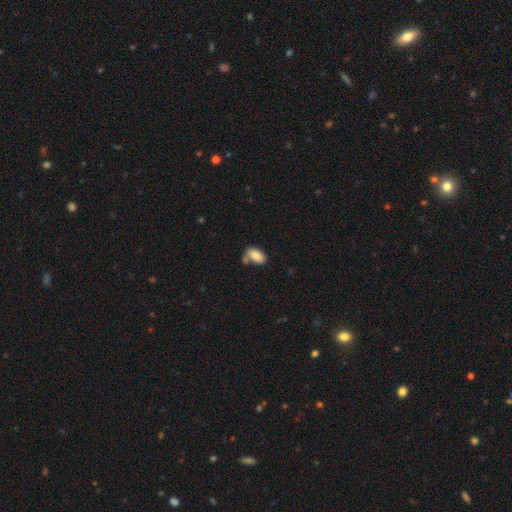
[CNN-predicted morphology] The model was most divided on "merging": none: 62%, minor disturbance: 17%, merger: 16%, major disturbance: 5%. More confident: how rounded — in between (93%); smooth or featured — smooth (84%).